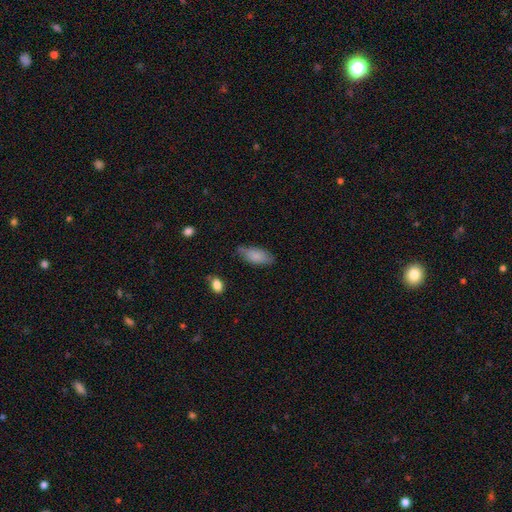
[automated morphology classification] This appears to be a smooth galaxy with no disk features (81%) that is in between round and cigar-shaped (85%). Merging: none (68%).